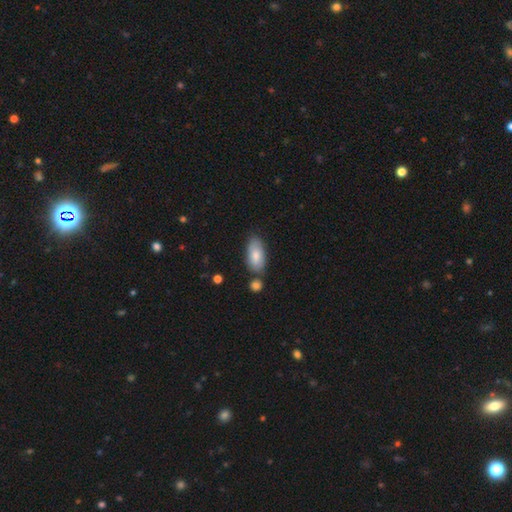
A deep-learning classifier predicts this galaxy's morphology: type=smooth (76%); roundness=in between (92%); merging=none (68%).